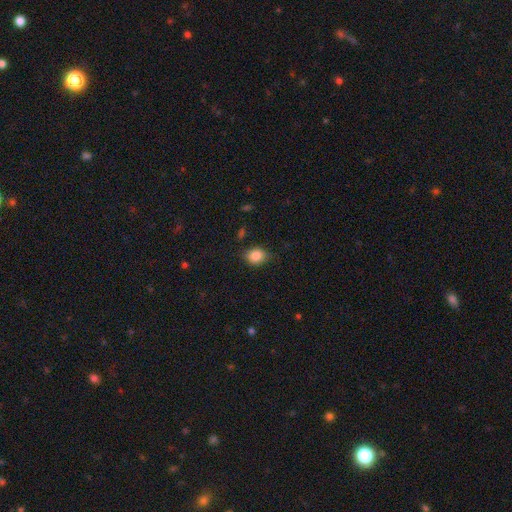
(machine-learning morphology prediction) A smooth galaxy with no disk features (86%) that is in between round and cigar-shaped (52%). Merging: none (77%).